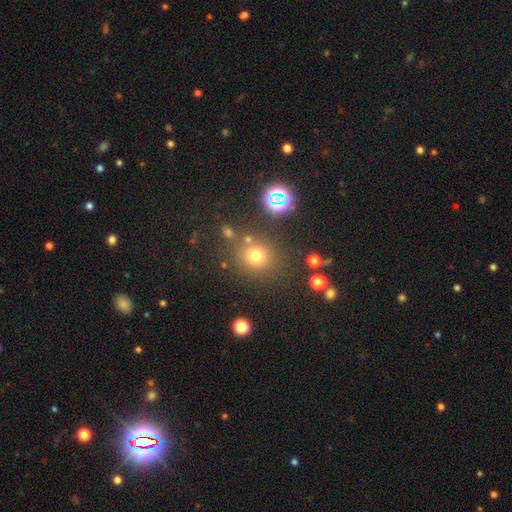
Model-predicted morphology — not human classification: Smooth or featured?
  - smooth: 71% *
  - star or artifact: 21%
  - featured or disk: 8%
How rounded?
  - round: 87% *
  - in between: 12%
  - cigar-shaped: 1%
Merging?
  - none: 77% *
  - minor disturbance: 10%
  - merger: 8%
  - major disturbance: 5%